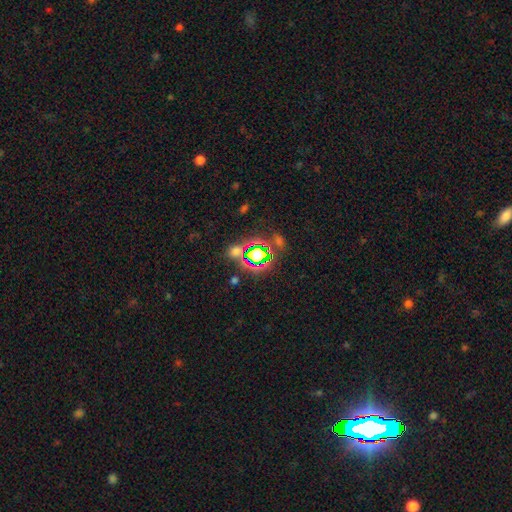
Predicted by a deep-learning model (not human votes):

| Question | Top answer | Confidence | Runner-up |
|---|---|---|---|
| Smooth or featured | star or artifact | 63% | smooth (25%) |